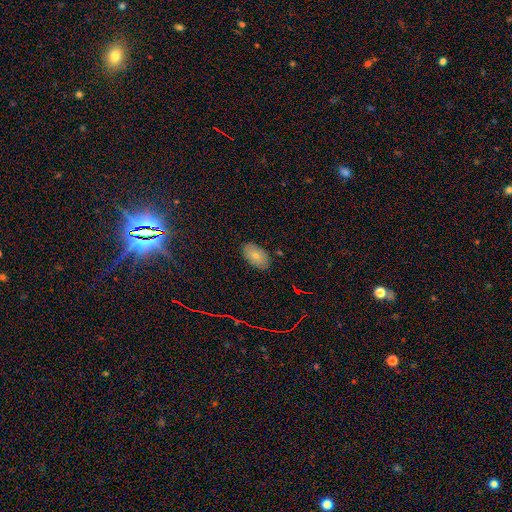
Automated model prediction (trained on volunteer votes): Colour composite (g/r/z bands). It shows a smooth galaxy with no disk features (74%) that is in between round and cigar-shaped (93%). Merging: none (85%).